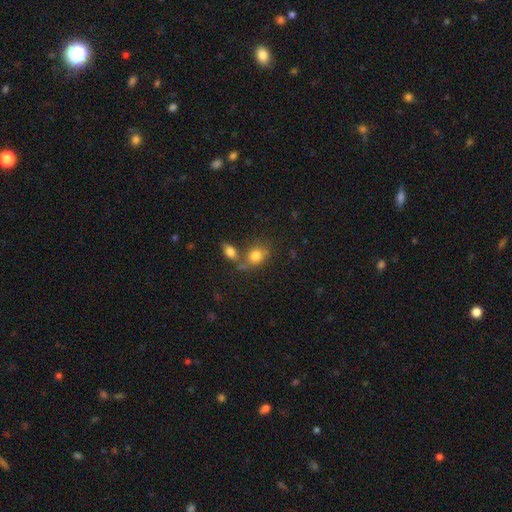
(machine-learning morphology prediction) Smooth or featured? Predicted: smooth (p=0.80). How rounded? Predicted: in between (p=0.61). Merging? Predicted: none (p=0.46).